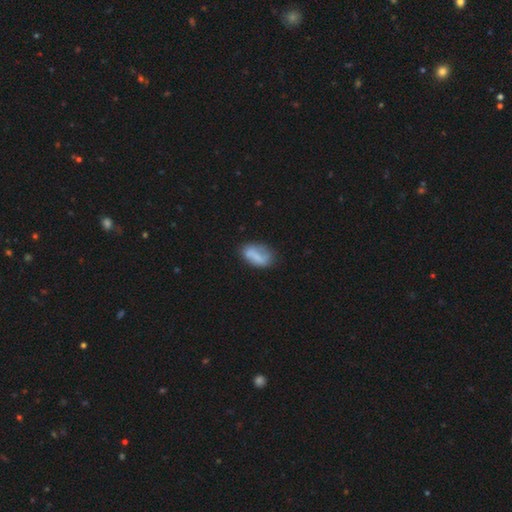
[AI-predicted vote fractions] Morphology: type=smooth (67%); roundness=in between (88%); merging=none (56%).